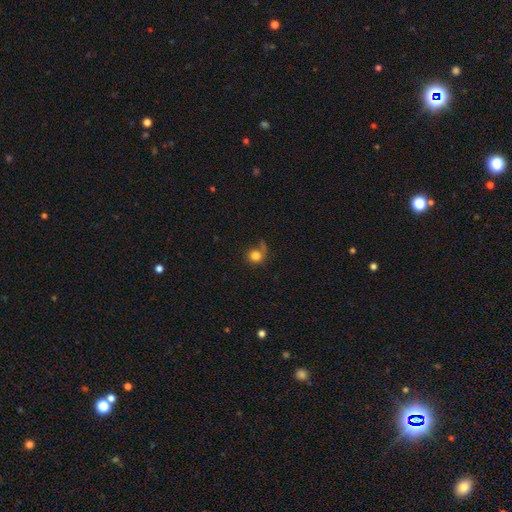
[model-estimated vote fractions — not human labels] Morphology: type=smooth (80%); roundness=round (85%); merging=none (51%).